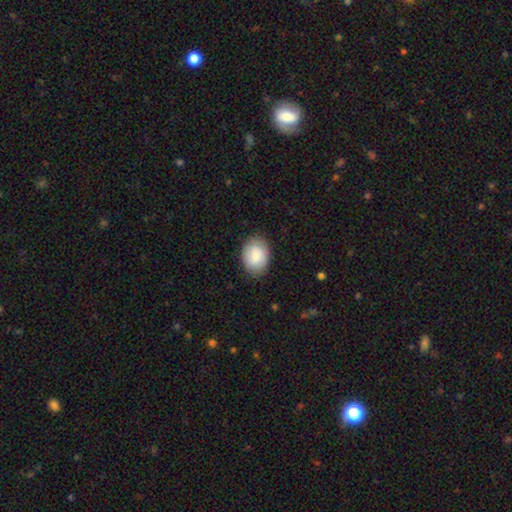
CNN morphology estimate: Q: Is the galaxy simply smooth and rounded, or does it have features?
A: smooth — 79%.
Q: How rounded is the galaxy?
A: in between — 69%.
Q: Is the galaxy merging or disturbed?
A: none — 83%.